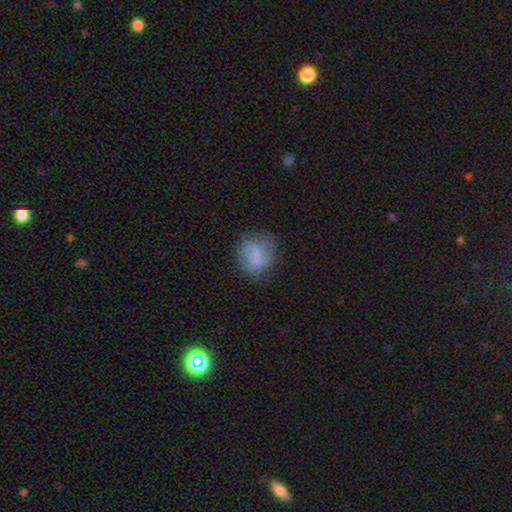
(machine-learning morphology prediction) smooth_or_featured: smooth (p=0.71) [alt: featured or disk p=0.19]
how_rounded: round (p=0.69) [alt: in between p=0.30]
merging: none (p=0.61) [alt: minor disturbance p=0.25]